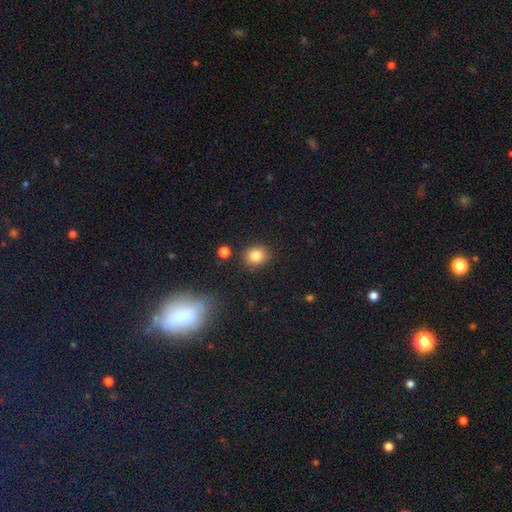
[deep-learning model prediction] Smooth or featured? smooth (83%)
How rounded? round (69%)
Merging? none (84%)